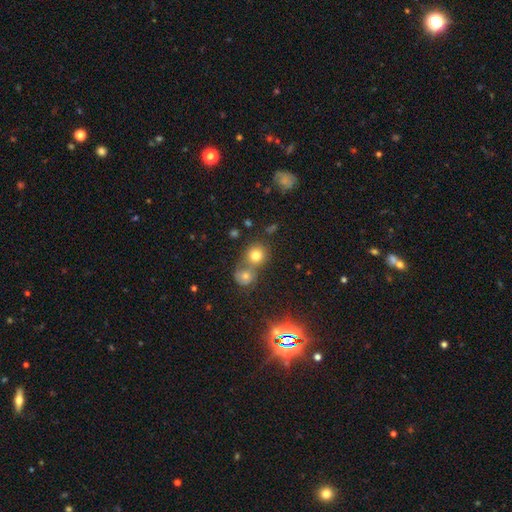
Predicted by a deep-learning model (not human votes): This is likely a smooth galaxy (74%). How rounded: clearly round (84%). Merging: possibly none (50%).